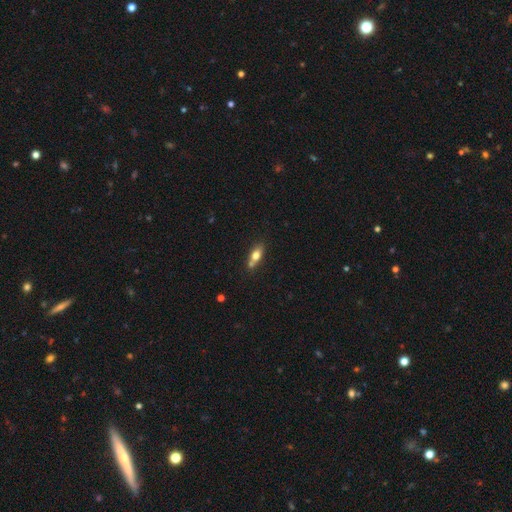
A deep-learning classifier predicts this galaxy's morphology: type=smooth (69%); roundness=in between (73%); merging=none (56%).